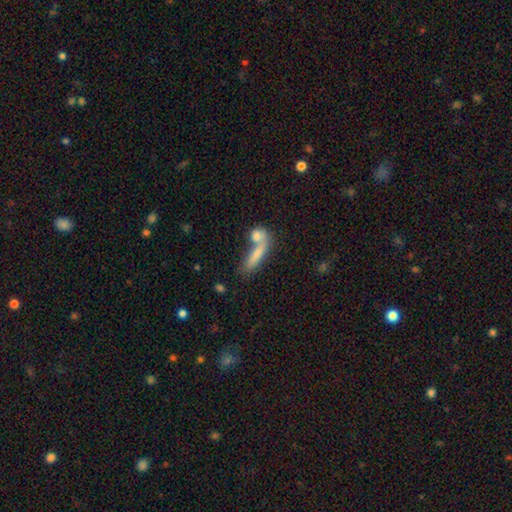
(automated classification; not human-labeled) Smooth or featured: smooth — 75% (featured or disk — 17%)
How rounded: cigar-shaped — 61% (in between — 32%)
Merging: merger — 44% (none — 38%)